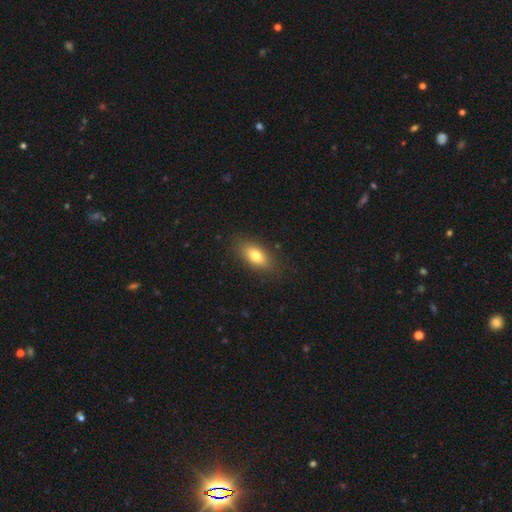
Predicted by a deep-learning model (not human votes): smooth_or_featured: smooth (p=0.77) [alt: featured or disk p=0.15]
how_rounded: in between (p=0.84) [alt: cigar-shaped p=0.10]
merging: none (p=0.85) [alt: minor disturbance p=0.11]